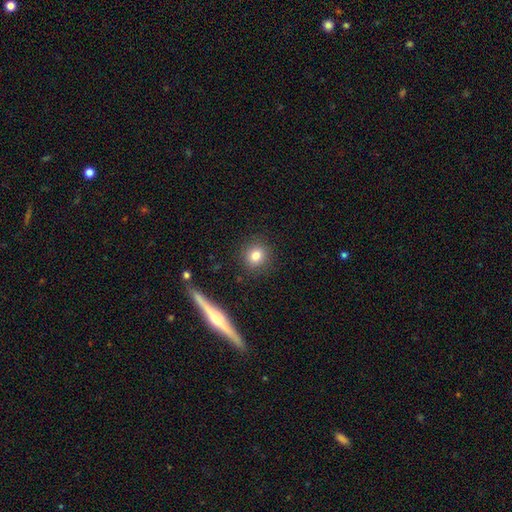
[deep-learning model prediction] Smooth or featured? Predicted: smooth (p=0.81). How rounded? Predicted: round (p=0.86). Merging? Predicted: none (p=0.89).